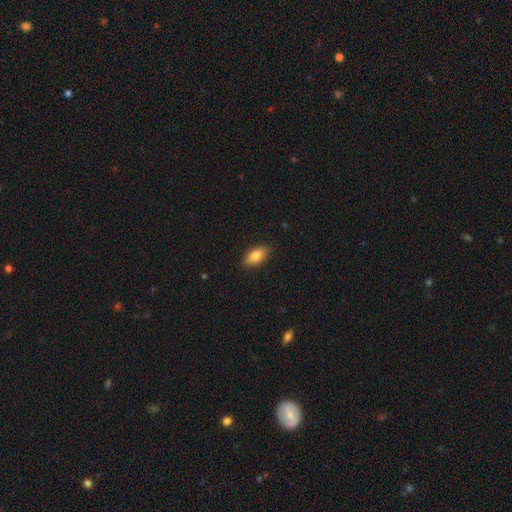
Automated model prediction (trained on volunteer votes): The model was most divided on "smooth or featured": smooth: 81%, featured or disk: 12%, star or artifact: 7%. More confident: merging — none (87%); how rounded — in between (87%).